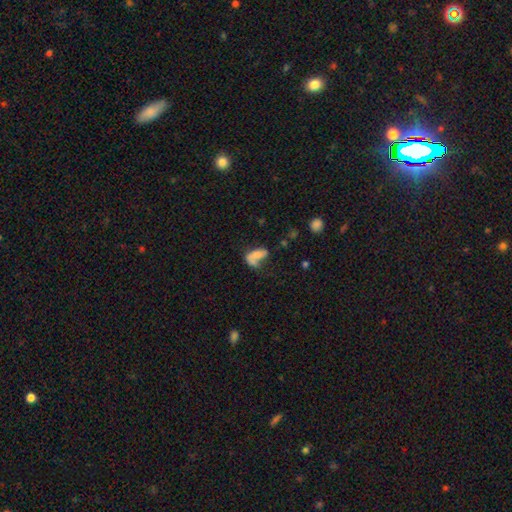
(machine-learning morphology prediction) Smooth or featured? Predicted: smooth (p=0.59). How rounded? Predicted: in between (p=0.84). Merging? Predicted: major disturbance (p=0.31).